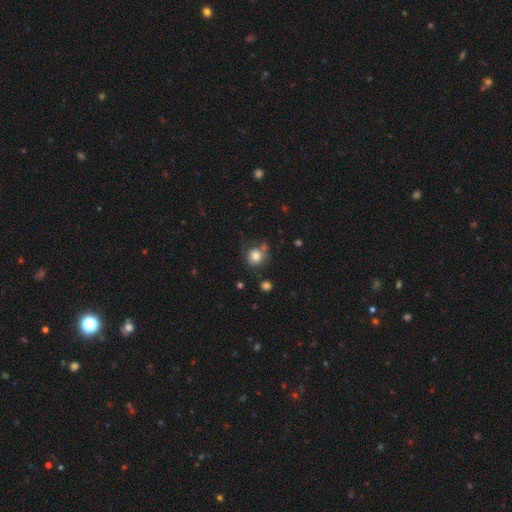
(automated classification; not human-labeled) Smooth or featured: smooth — 80% (star or artifact — 10%)
How rounded: round — 80% (in between — 19%)
Merging: none — 61% (minor disturbance — 21%)